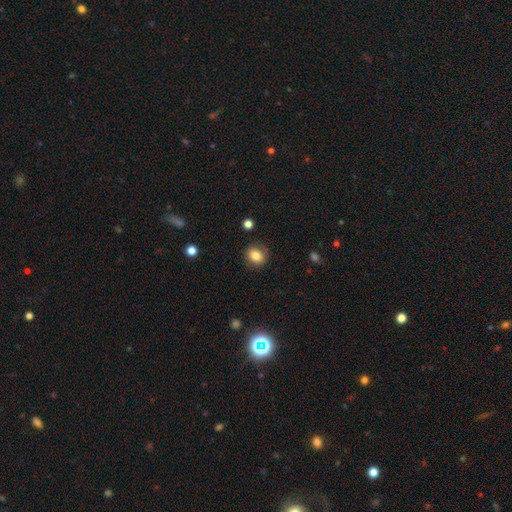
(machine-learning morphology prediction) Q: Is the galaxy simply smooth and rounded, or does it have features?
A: smooth — 82%.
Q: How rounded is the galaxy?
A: round — 66%.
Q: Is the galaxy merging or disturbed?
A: none — 86%.